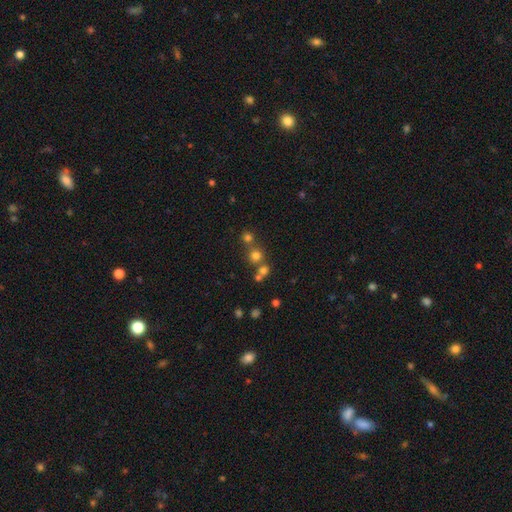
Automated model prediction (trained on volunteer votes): smooth-or-featured: smooth: 68% | star or artifact: 22% | featured or disk: 10%
  how-rounded: round: 90% | in between: 9% | cigar-shaped: 1%
  merging: none: 59% | merger: 31% | minor disturbance: 6% | major disturbance: 3%